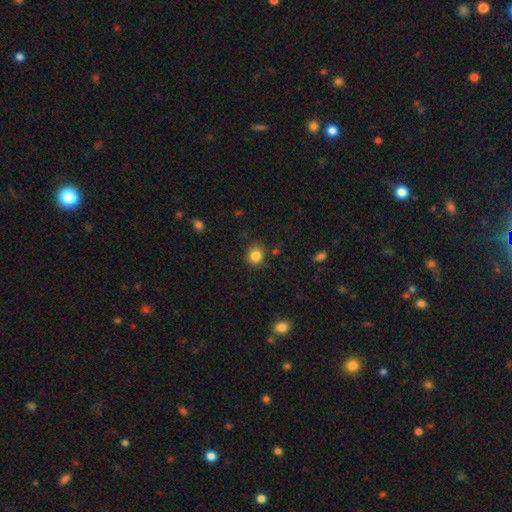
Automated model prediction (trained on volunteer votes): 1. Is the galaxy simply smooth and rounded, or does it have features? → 84% smooth, 11% star or artifact, 5% featured or disk.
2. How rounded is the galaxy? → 75% round, 24% in between, 1% cigar-shaped.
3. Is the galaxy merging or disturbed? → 83% none, 12% minor disturbance, 3% major disturbance, 2% merger.